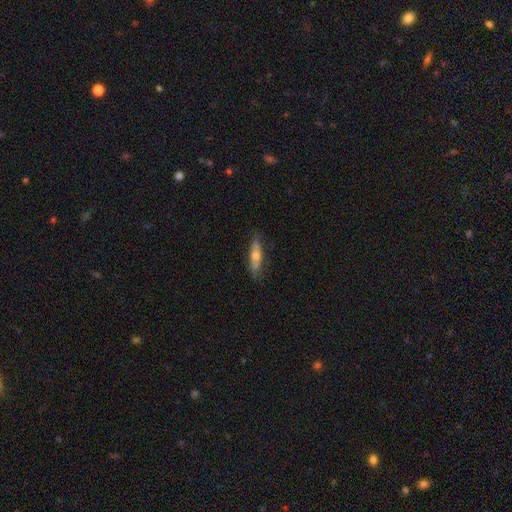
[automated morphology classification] The model was most divided on "smooth or featured": smooth: 51%, featured or disk: 43%, star or artifact: 6%. More confident: merging — none (79%); how rounded — cigar-shaped (68%).